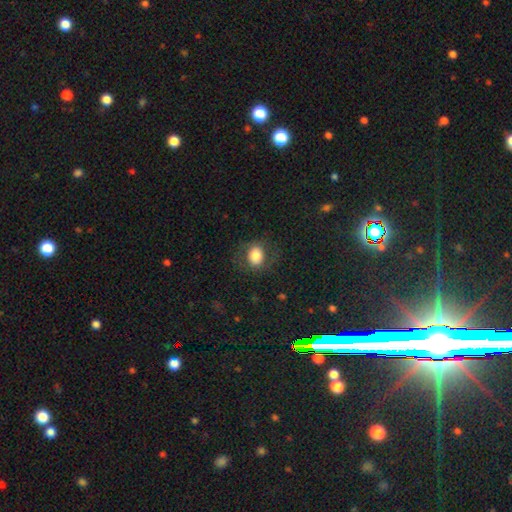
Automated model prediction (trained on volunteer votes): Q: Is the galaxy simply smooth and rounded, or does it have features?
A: smooth — 78%.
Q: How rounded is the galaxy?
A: in between — 50%.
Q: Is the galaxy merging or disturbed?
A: none — 75%.